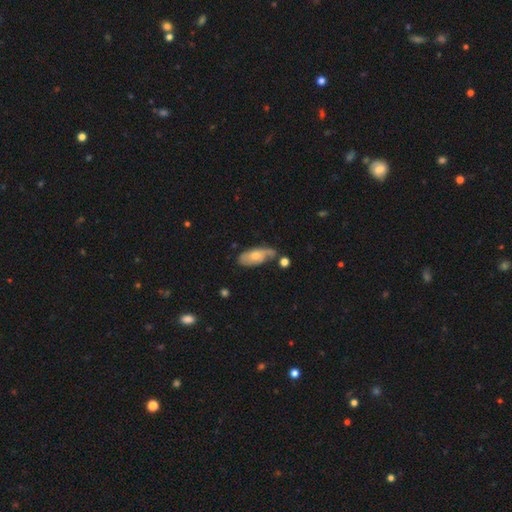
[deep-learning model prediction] Smooth or featured? Predicted: featured or disk (p=0.51). Edge-on disk? Predicted: no (p=0.85). Merging? Predicted: none (p=0.52).